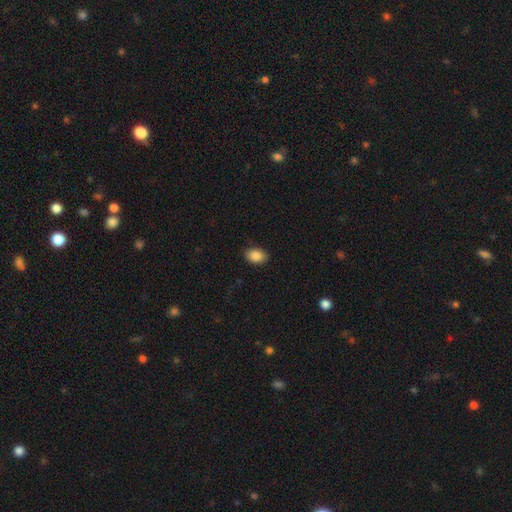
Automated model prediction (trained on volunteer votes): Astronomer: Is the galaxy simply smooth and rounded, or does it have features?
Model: smooth — 88%.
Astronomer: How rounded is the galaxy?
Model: in between — 85%.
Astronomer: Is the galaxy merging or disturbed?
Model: none — 88%.